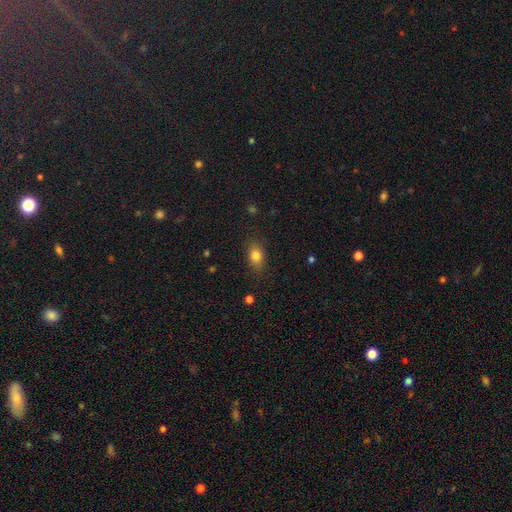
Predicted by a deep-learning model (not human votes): smooth-or-featured: smooth: 82% | star or artifact: 11% | featured or disk: 8%
  how-rounded: in between: 73% | round: 25% | cigar-shaped: 3%
  merging: none: 83% | minor disturbance: 12% | major disturbance: 3% | merger: 1%